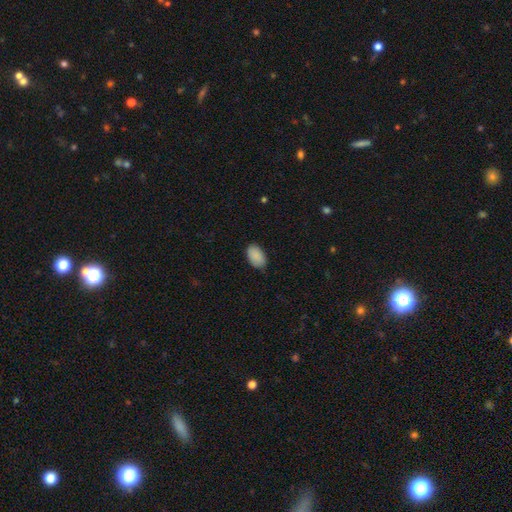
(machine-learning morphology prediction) A smooth galaxy with no disk features (90%) that is in between round and cigar-shaped (93%). Merging: none (83%).